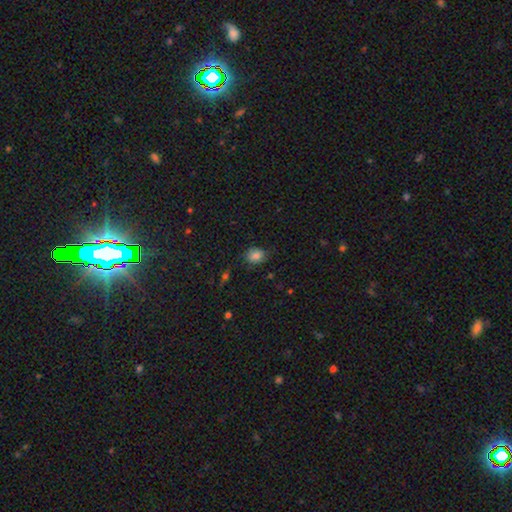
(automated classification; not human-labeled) smooth-or-featured: smooth: 82% | star or artifact: 11% | featured or disk: 7%
  how-rounded: round: 52% | in between: 47% | cigar-shaped: 1%
  merging: none: 72% | minor disturbance: 22% | major disturbance: 5% | merger: 1%